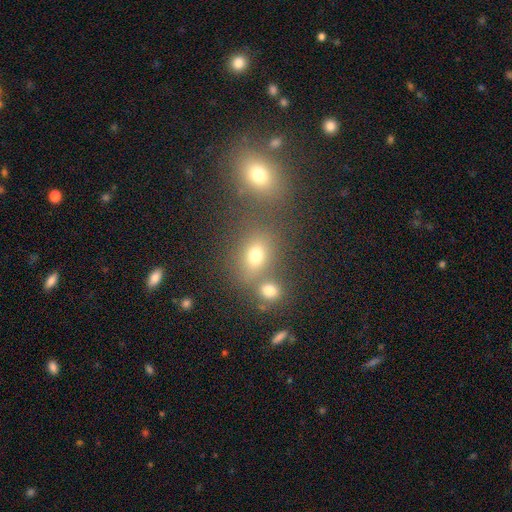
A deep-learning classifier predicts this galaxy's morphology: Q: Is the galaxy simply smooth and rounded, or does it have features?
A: smooth — 58%.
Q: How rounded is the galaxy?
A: round — 50%.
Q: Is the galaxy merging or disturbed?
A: none — 53%.